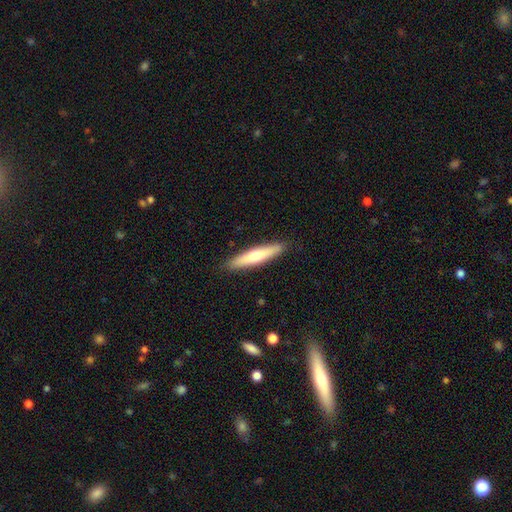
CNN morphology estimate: A smooth galaxy with no disk features (59%) that is cigar-shaped (87%). Merging: none (90%).